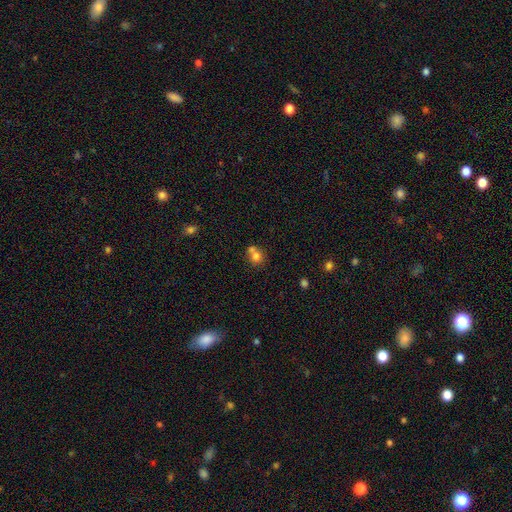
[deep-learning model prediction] Smooth or featured: smooth — 75% (featured or disk — 13%)
How rounded: round — 78% (in between — 21%)
Merging: merger — 48% (none — 41%)